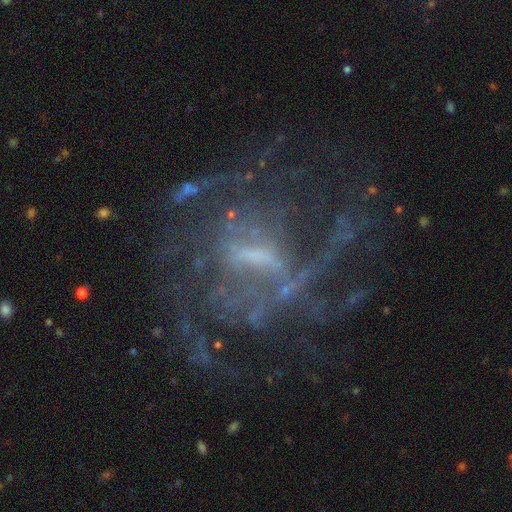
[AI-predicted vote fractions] Smooth or featured? Predicted: featured or disk (p=0.82). Edge-on disk? Predicted: no (p=0.96). Bar? Predicted: weak (p=0.45). Spiral arms? Predicted: yes (p=0.81). Spiral winding? Predicted: medium (p=0.42). Spiral arm count? Predicted: can't tell (p=0.39). Bulge size? Predicted: small (p=0.44). Merging? Predicted: none (p=0.52).